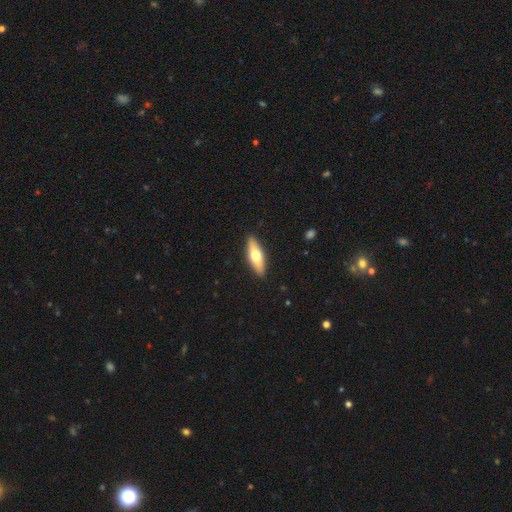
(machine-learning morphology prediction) smooth 57%, featured or disk 38%, star or artifact 5%. Down the decision tree: how rounded — cigar-shaped (50%); merging — none (90%).